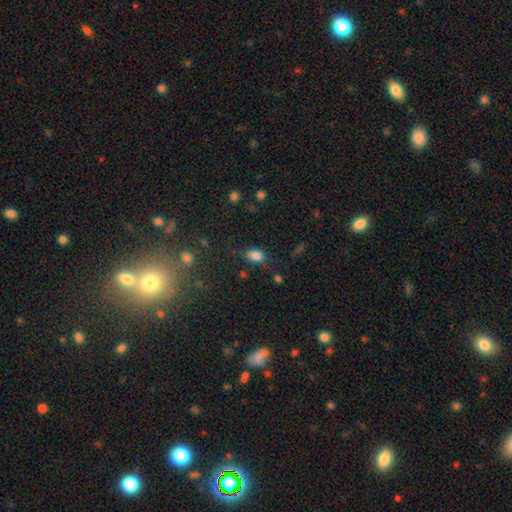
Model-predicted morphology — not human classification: Smooth or featured? smooth (80%)
How rounded? in between (74%)
Merging? none (66%)